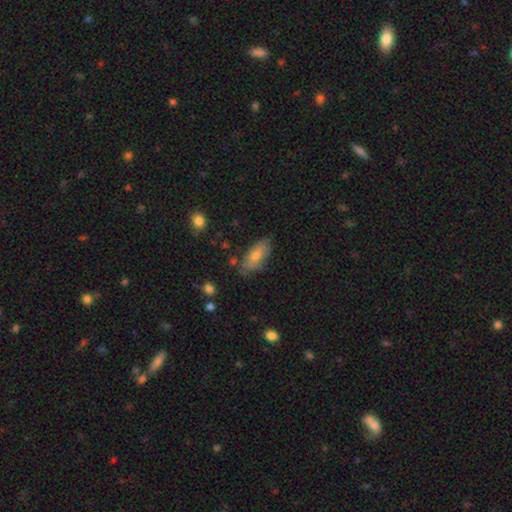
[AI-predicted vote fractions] This appears to be a smooth galaxy with no disk features (68%) that is in between round and cigar-shaped (81%). Merging: none (75%).